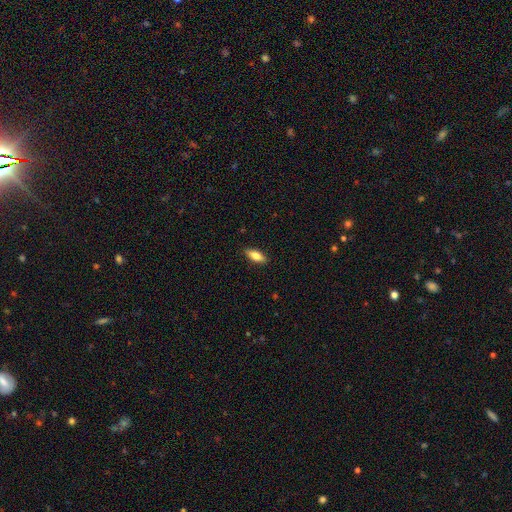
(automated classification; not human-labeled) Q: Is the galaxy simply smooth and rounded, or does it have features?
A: smooth — 79%.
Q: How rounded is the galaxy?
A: in between — 78%.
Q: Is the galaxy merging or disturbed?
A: none — 89%.